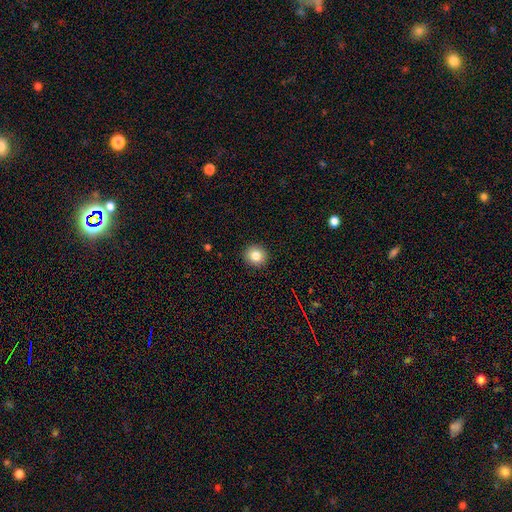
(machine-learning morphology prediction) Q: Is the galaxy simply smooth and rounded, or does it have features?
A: smooth — 84%.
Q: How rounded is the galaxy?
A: round — 89%.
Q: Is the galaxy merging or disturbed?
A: none — 92%.